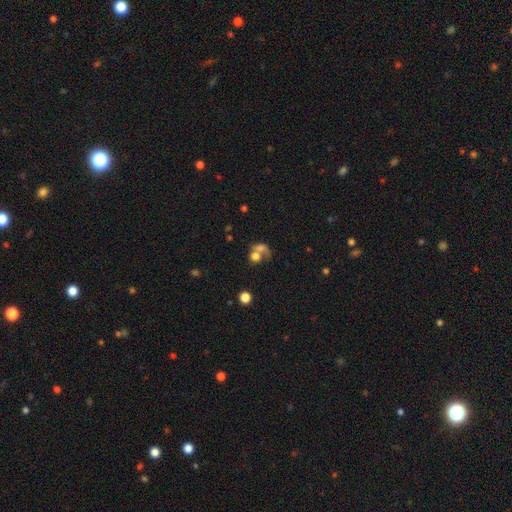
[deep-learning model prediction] Smooth or featured: smooth — 63% (featured or disk — 23%)
How rounded: round — 58% (in between — 40%)
Merging: merger — 57% (none — 22%)